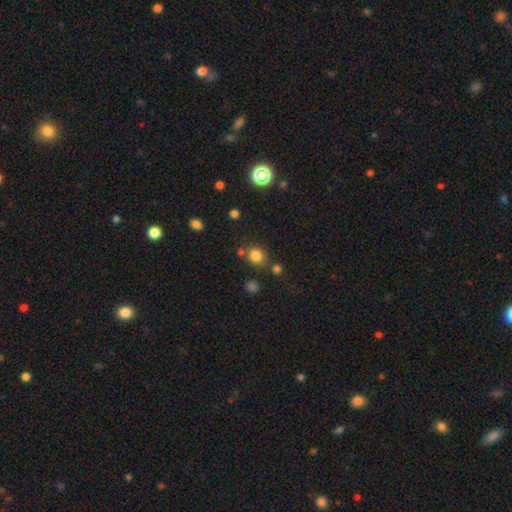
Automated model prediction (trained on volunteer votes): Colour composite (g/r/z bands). It shows a smooth galaxy with no disk features (80%) that is round (81%). Merging: none (72%).